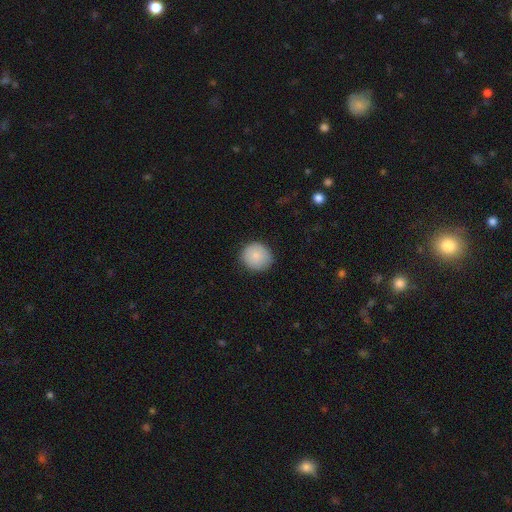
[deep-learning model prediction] Q: Smooth or featured?
A: smooth (86%); runner-up: star or artifact (8%)
Q: How rounded?
A: round (89%); runner-up: in between (10%)
Q: Merging?
A: none (85%); runner-up: minor disturbance (12%)